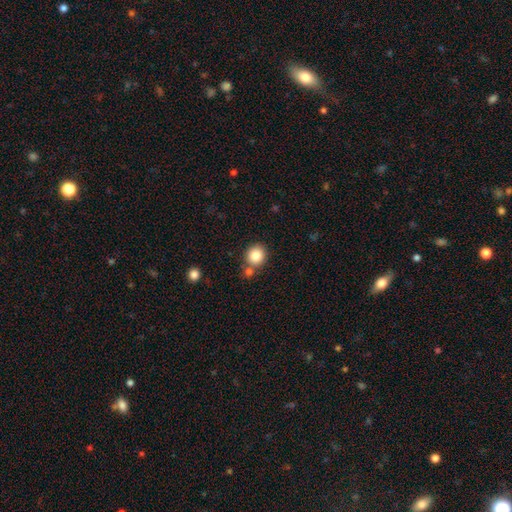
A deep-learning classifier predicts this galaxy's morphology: Q: Smooth or featured?
A: smooth (83%); runner-up: star or artifact (10%)
Q: How rounded?
A: round (84%); runner-up: in between (15%)
Q: Merging?
A: none (70%); runner-up: merger (18%)